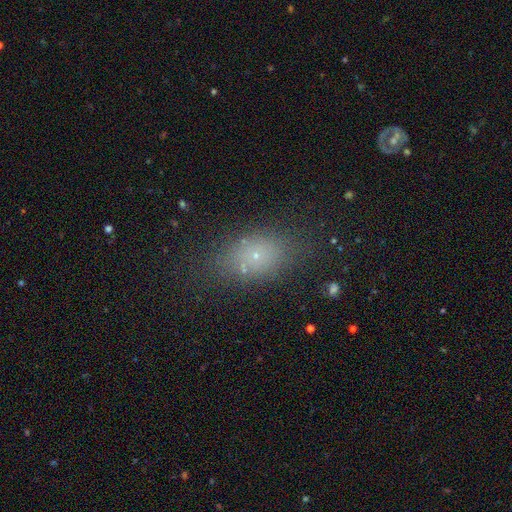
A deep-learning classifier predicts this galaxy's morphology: A smooth galaxy with no disk features (64%) that is in between round and cigar-shaped (76%). Merging: none (74%).